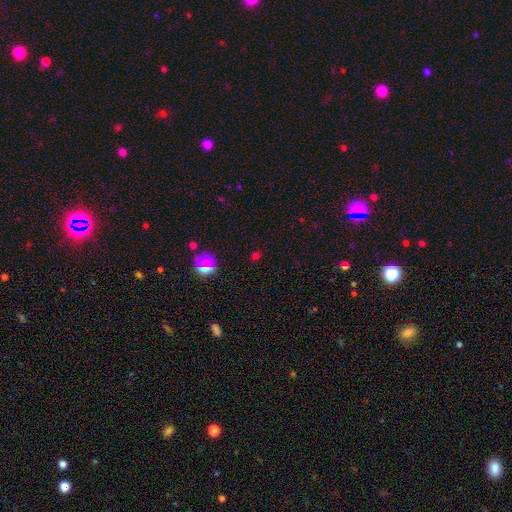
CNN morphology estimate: A star or artifact, not a galaxy (47%).